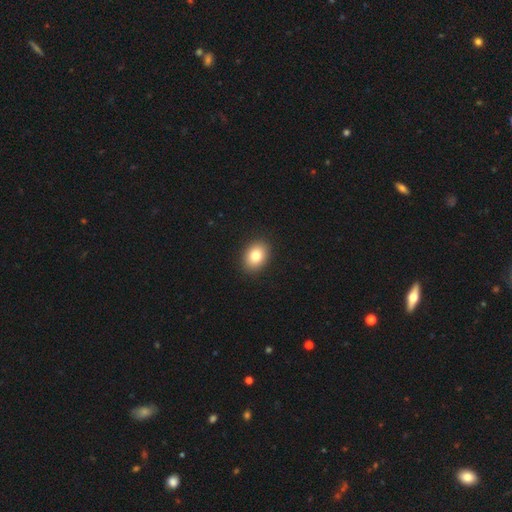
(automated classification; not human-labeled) Overall: smooth (82%). How rounded: in between (72%). Merging: none (91%).